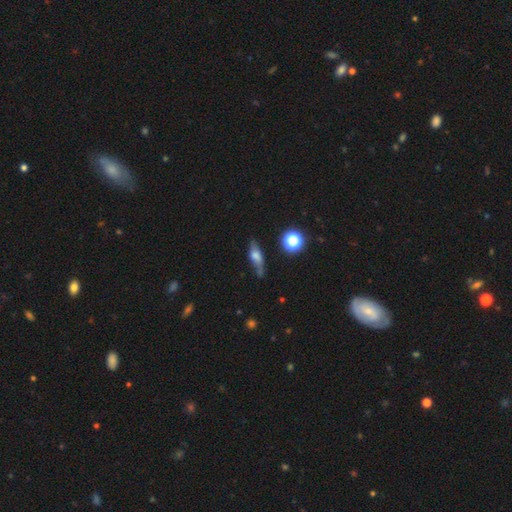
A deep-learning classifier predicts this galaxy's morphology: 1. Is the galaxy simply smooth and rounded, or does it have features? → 50% smooth, 38% featured or disk, 12% star or artifact.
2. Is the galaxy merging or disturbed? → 63% none, 24% minor disturbance, 8% major disturbance, 6% merger.